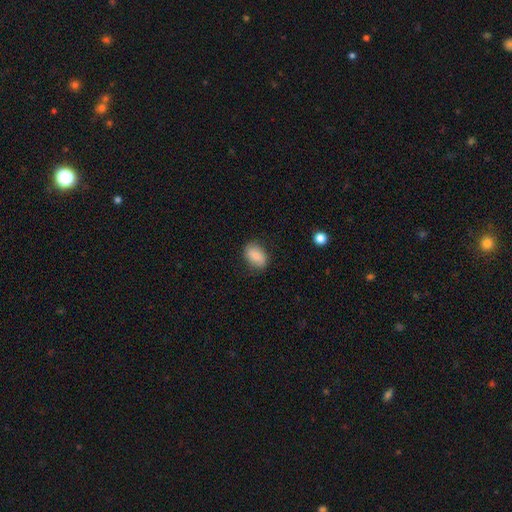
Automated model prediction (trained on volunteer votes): This appears to be a smooth galaxy with no disk features (85%) that is in between round and cigar-shaped (84%). Merging: none (79%).